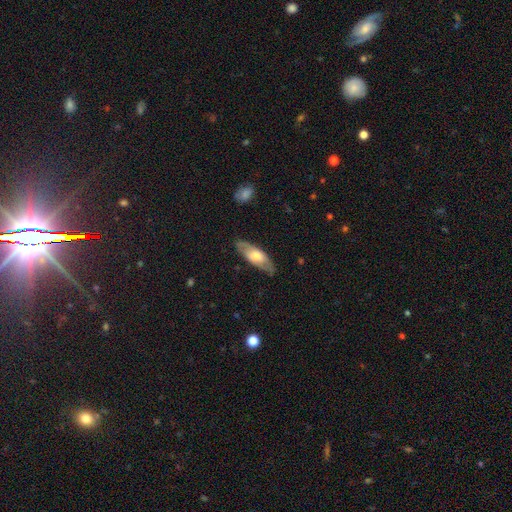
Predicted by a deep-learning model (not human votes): Smooth or featured?
  - smooth: 50% *
  - featured or disk: 44%
  - star or artifact: 6%
How rounded?
  - in between: 64% *
  - cigar-shaped: 34%
  - round: 2%
Merging?
  - none: 80% *
  - minor disturbance: 15%
  - major disturbance: 3%
  - merger: 1%